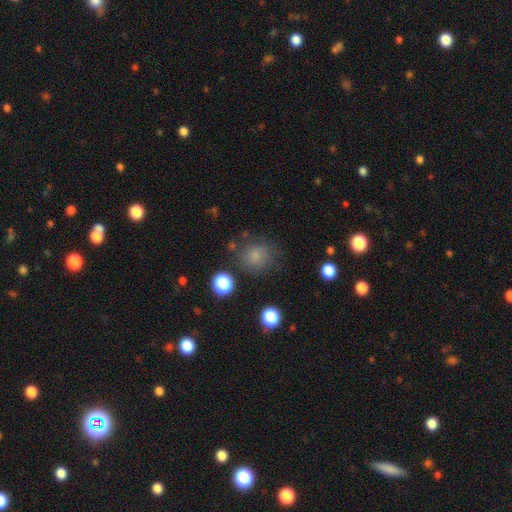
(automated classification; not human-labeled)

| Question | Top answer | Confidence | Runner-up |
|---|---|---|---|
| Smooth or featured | smooth | 75% | star or artifact (16%) |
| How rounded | round | 83% | in between (16%) |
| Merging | none | 72% | minor disturbance (17%) |